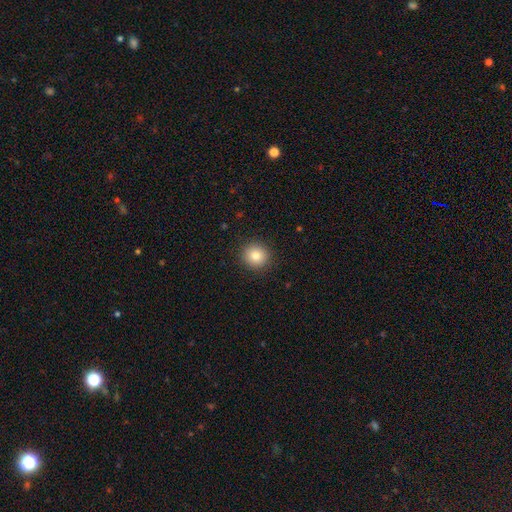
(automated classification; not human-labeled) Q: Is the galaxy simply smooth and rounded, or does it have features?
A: smooth — 82%.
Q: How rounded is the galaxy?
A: round — 92%.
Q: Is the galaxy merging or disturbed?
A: none — 92%.